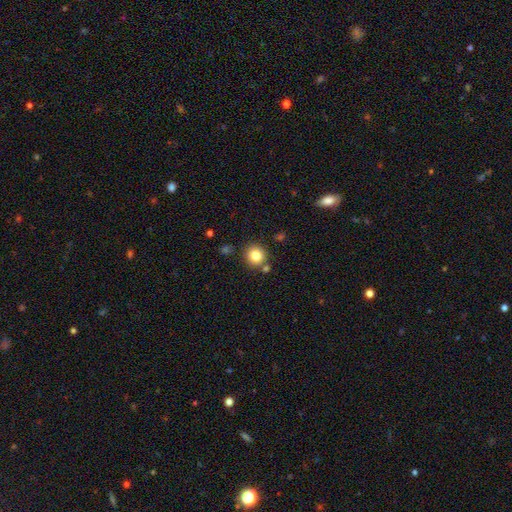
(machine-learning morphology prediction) Smooth or featured? Predicted: smooth (p=0.82). How rounded? Predicted: round (p=0.90). Merging? Predicted: none (p=0.79).